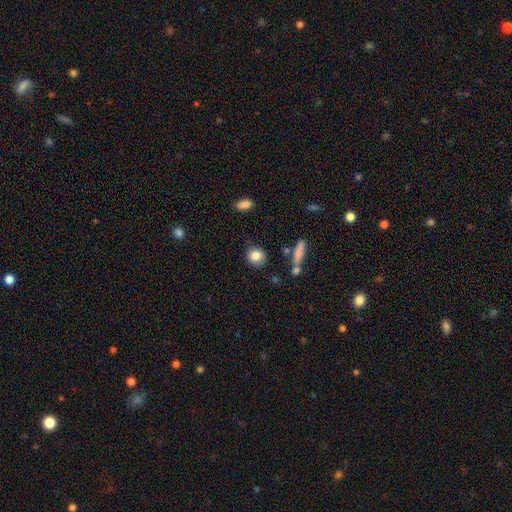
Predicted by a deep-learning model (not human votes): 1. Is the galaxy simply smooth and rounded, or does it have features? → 83% smooth, 9% star or artifact, 8% featured or disk.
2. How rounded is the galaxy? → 78% round, 20% in between, 2% cigar-shaped.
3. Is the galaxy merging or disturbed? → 78% none, 14% minor disturbance, 4% merger, 4% major disturbance.